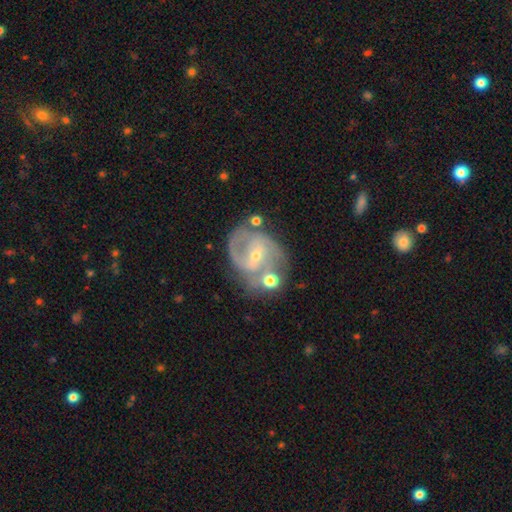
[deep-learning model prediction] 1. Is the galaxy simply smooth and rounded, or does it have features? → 85% featured or disk, 8% smooth, 7% star or artifact.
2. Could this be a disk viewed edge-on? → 97% no, 3% yes.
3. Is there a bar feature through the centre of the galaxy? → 47% weak, 30% no, 24% strong.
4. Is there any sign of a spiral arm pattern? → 94% yes, 6% no.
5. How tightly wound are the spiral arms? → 52% medium, 29% tight, 19% loose.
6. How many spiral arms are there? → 70% 2, 12% can't tell, 9% 3, 4% 1, 2% 4, 2% more than 4.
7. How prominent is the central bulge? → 71% small, 26% moderate, 2% none, 1% large, 1% dominant.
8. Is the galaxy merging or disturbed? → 56% none, 20% minor disturbance, 13% merger, 11% major disturbance.